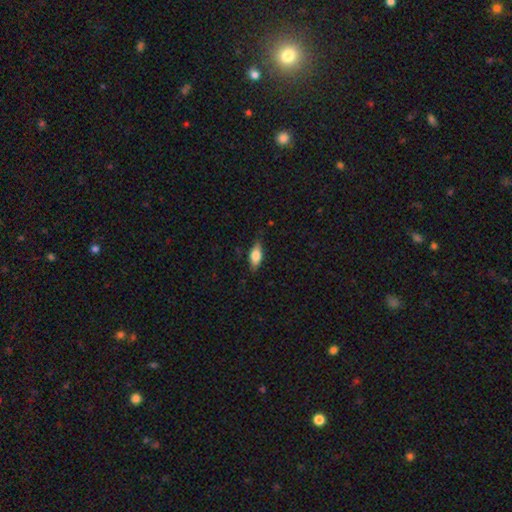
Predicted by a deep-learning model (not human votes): This appears to be a smooth galaxy with no disk features (70%) that is in between round and cigar-shaped (77%). Merging: none (79%).